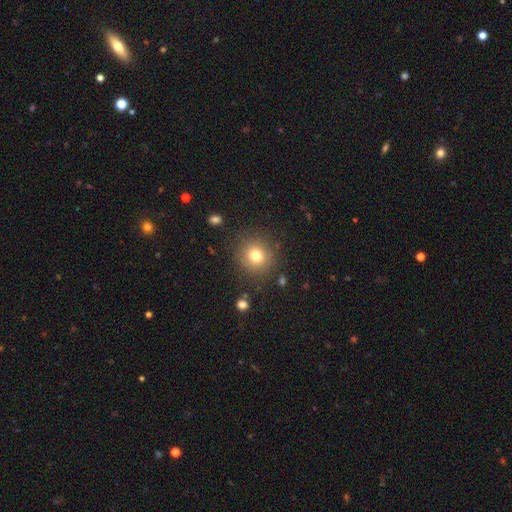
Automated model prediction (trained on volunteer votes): Q: Smooth or featured?
A: smooth (77%); runner-up: star or artifact (13%)
Q: How rounded?
A: round (92%); runner-up: in between (7%)
Q: Merging?
A: none (86%); runner-up: minor disturbance (8%)